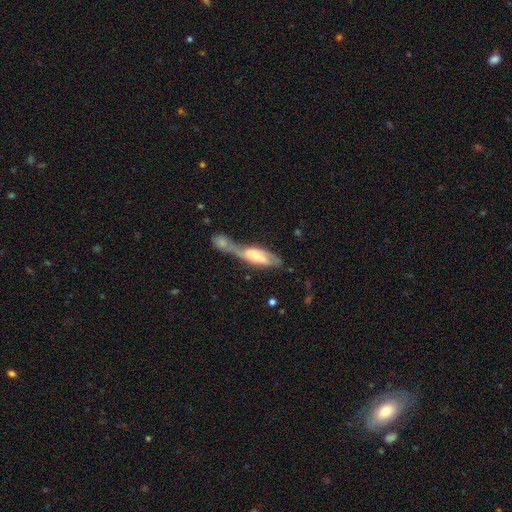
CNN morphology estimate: type=smooth (51%); roundness=in between (56%); merging=merger (64%).